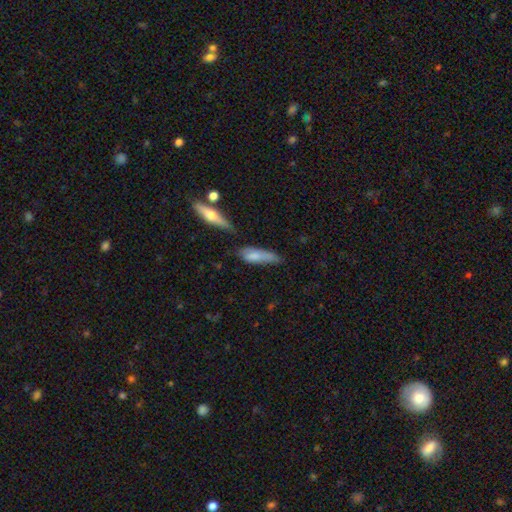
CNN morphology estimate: This is likely a smooth galaxy (73%). How rounded: possibly cigar-shaped (56%). Merging: marginally none (43%).